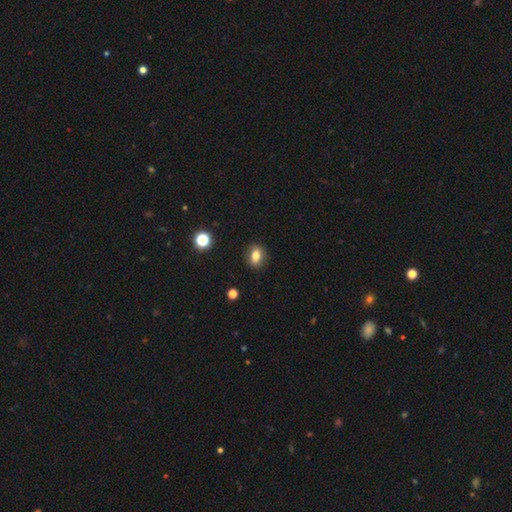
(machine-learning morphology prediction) Smooth or featured? smooth (79%)
How rounded? in between (64%)
Merging? none (88%)